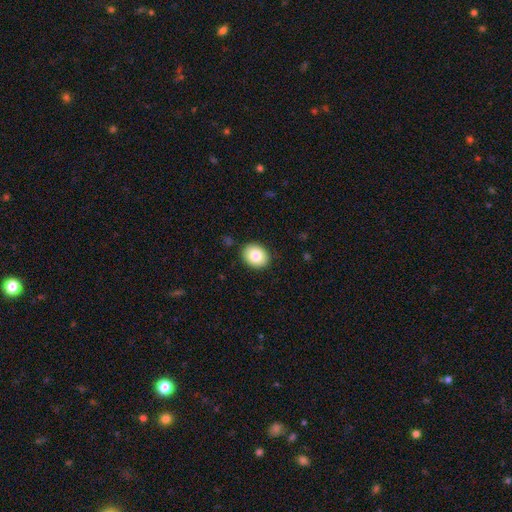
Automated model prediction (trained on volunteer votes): smooth_or_featured: smooth (p=0.83) [alt: featured or disk p=0.09]
how_rounded: round (p=0.50) [alt: in between p=0.49]
merging: none (p=0.89) [alt: minor disturbance p=0.08]